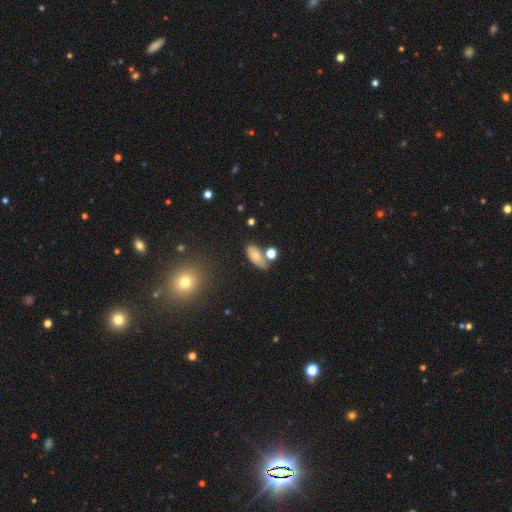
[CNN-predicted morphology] Q: Smooth or featured?
A: smooth (70%); runner-up: featured or disk (18%)
Q: How rounded?
A: in between (83%); runner-up: cigar-shaped (9%)
Q: Merging?
A: none (56%); runner-up: minor disturbance (20%)